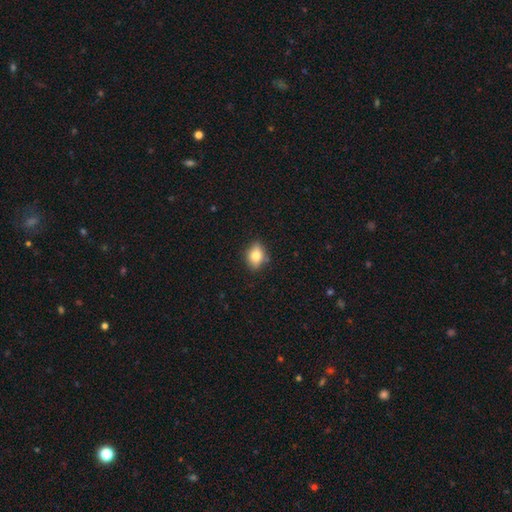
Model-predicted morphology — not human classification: smooth-or-featured: smooth: 78% | featured or disk: 13% | star or artifact: 9%
  how-rounded: in between: 69% | round: 29% | cigar-shaped: 2%
  merging: none: 81% | minor disturbance: 14% | major disturbance: 2% | merger: 2%